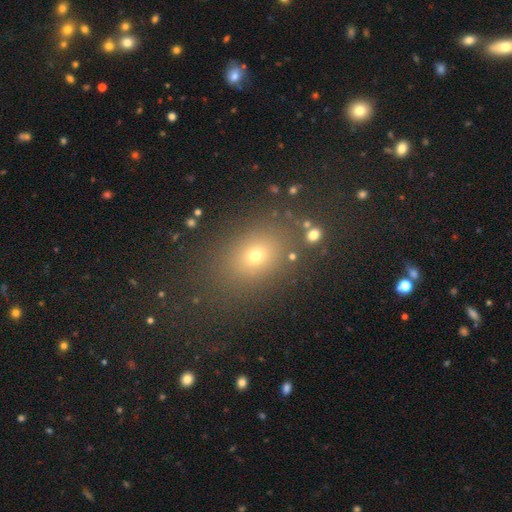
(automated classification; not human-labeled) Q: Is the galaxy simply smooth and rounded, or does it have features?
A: smooth — 63%.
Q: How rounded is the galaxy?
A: in between — 60%.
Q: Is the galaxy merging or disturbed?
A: none — 80%.